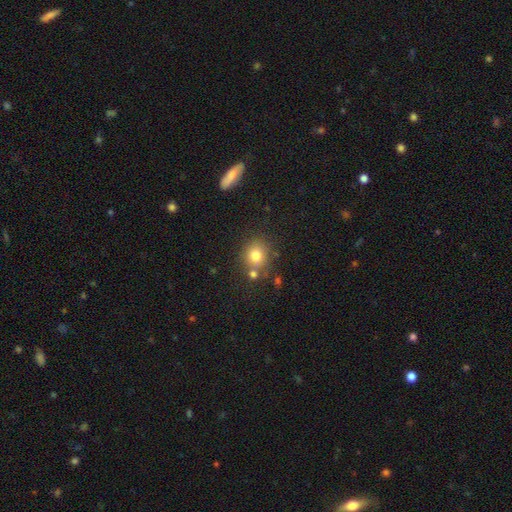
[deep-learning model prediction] This appears to be a smooth galaxy with no disk features (77%) that is round (77%). Merging: none (65%).